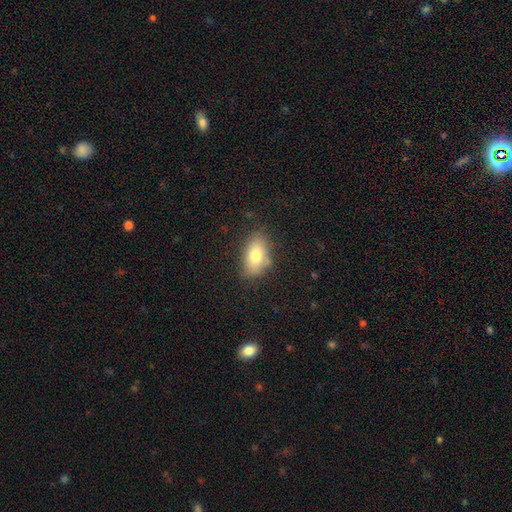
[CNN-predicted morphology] Smooth or featured? smooth (76%)
How rounded? in between (89%)
Merging? none (73%)